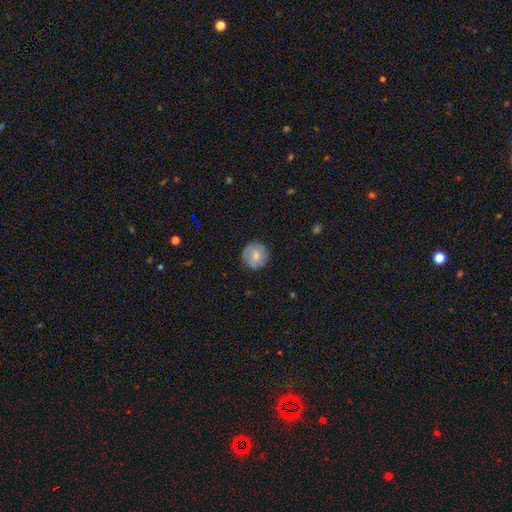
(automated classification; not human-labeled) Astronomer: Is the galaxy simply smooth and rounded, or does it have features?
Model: smooth — 64%.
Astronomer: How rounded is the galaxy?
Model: round — 92%.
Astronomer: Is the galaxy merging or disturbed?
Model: none — 83%.